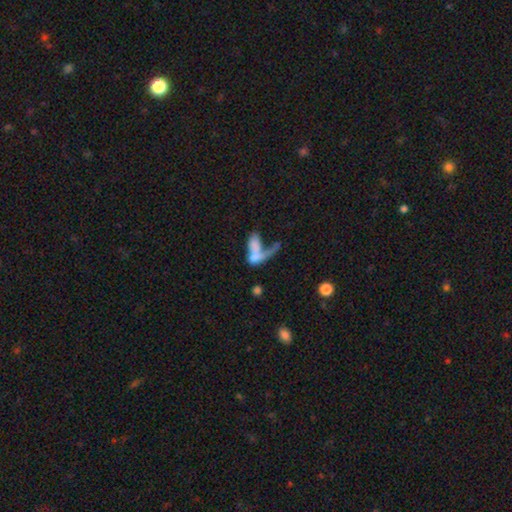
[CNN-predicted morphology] type=smooth (55%); roundness=in between (70%); merging=merger (51%).